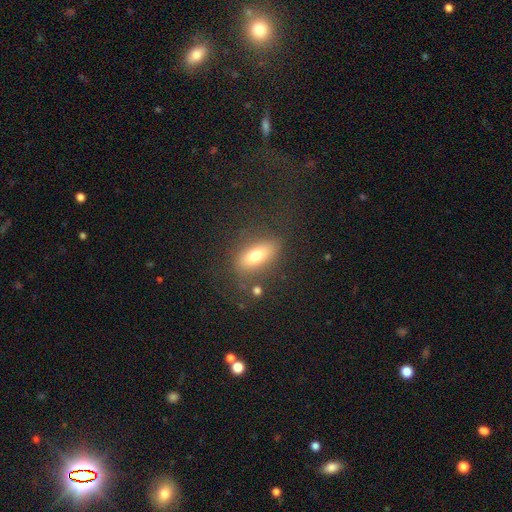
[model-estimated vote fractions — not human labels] Overall: smooth (69%). How rounded: in between (77%). Merging: none (74%).